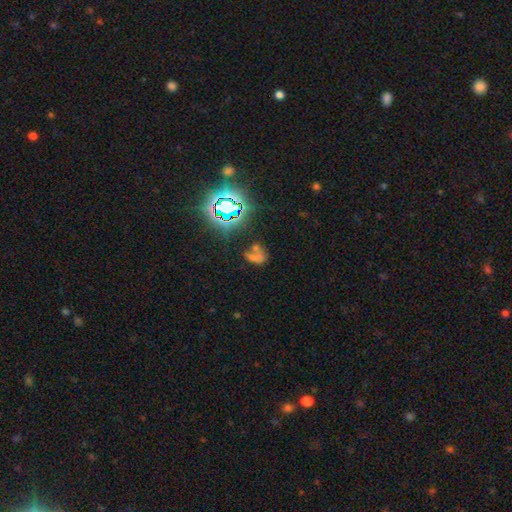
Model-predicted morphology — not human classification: Q: Smooth or featured?
A: smooth (44%); runner-up: star or artifact (34%)
Q: Merging?
A: none (37%); runner-up: merger (27%)